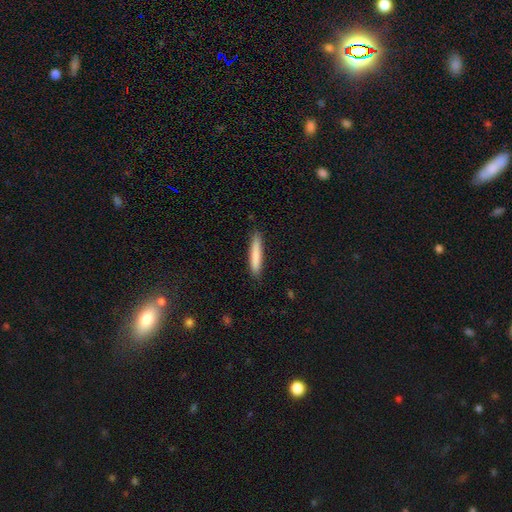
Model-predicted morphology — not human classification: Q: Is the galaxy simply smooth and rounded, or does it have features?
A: smooth — 82%.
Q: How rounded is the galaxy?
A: cigar-shaped — 93%.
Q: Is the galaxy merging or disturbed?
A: none — 87%.